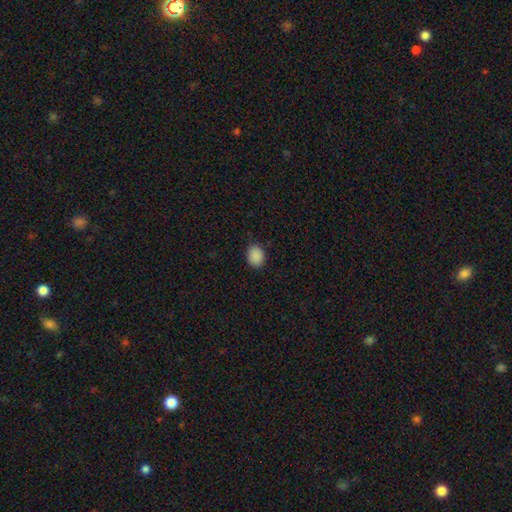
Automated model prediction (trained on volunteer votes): Q: Smooth or featured?
A: smooth (89%); runner-up: star or artifact (8%)
Q: How rounded?
A: in between (53%); runner-up: round (46%)
Q: Merging?
A: none (83%); runner-up: minor disturbance (13%)